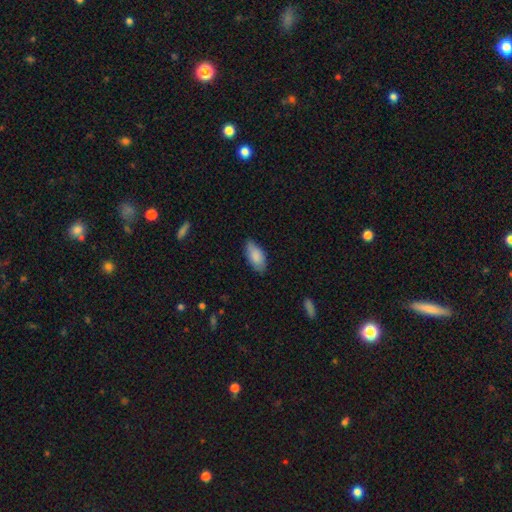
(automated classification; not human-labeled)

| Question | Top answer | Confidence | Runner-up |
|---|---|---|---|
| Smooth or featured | smooth | 85% | featured or disk (9%) |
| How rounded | in between | 91% | cigar-shaped (7%) |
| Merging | none | 73% | minor disturbance (22%) |